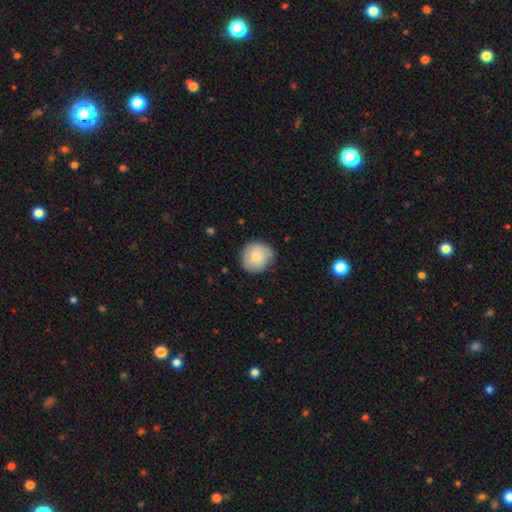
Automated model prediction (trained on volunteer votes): Morphology: type=smooth (71%); roundness=round (92%); merging=none (77%).